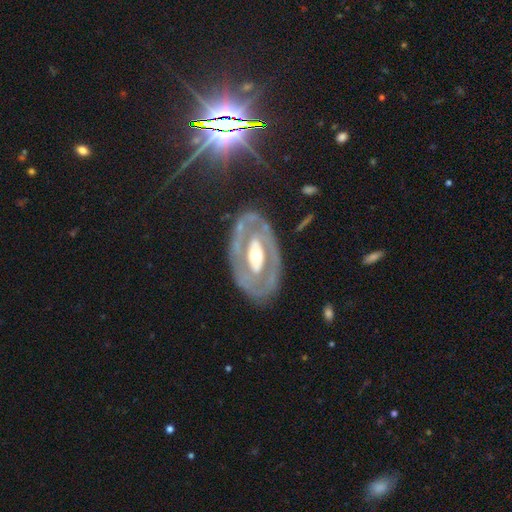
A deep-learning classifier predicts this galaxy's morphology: featured or disk 77%, smooth 18%, star or artifact 5%. Down the decision tree: edge-on disk — no (93%); bar — no (52%); spiral arms — no (59%); bulge size — moderate (68%); merging — none (75%).